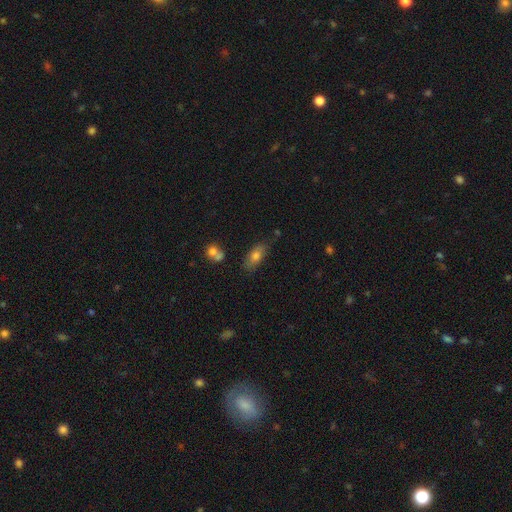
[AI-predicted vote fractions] A smooth galaxy with no disk features (74%) that is in between round and cigar-shaped (82%). Merging: none (68%).